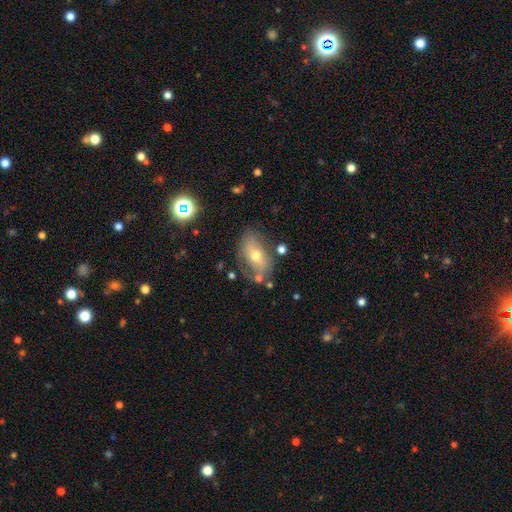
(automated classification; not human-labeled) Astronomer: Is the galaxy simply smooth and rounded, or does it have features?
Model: smooth — 45% (runner-up: featured or disk, 44%).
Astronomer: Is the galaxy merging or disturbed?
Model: none — 65%.